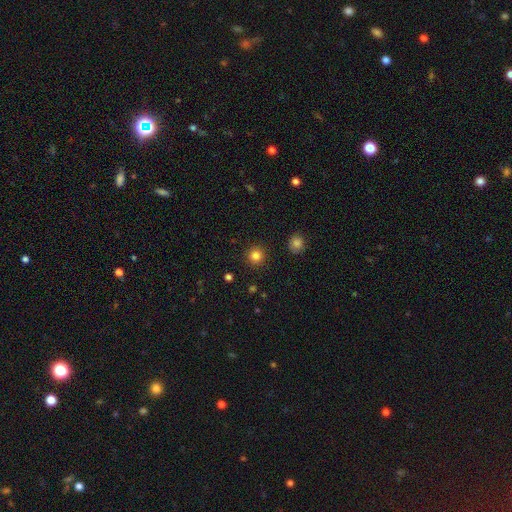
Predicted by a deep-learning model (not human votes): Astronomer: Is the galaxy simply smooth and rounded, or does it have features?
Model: smooth — 83%.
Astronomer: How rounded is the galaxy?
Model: round — 95%.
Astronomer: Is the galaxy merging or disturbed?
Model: none — 92%.